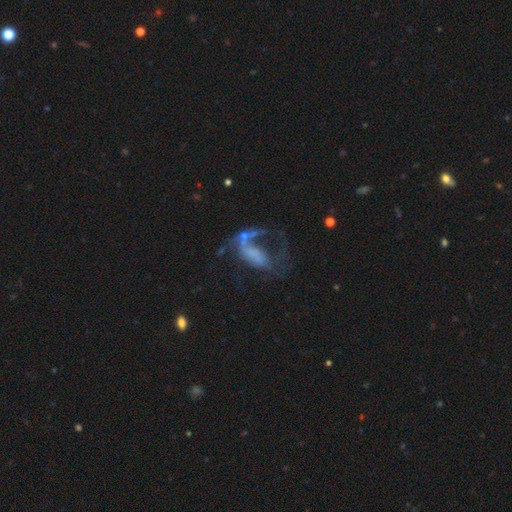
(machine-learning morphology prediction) type=featured or disk (56%); edge-on=no (96%); bar=no (66%); spiral arms=no (56%); bulge=none (61%); merging=major disturbance (53%).